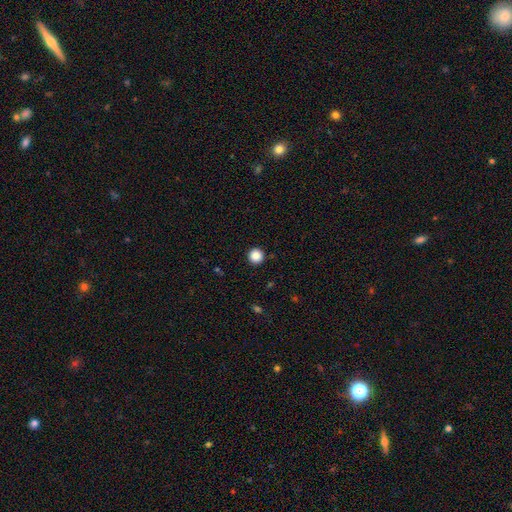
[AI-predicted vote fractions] smooth_or_featured: smooth (p=0.87) [alt: star or artifact p=0.10]
how_rounded: round (p=0.96) [alt: in between p=0.03]
merging: none (p=0.93) [alt: minor disturbance p=0.04]